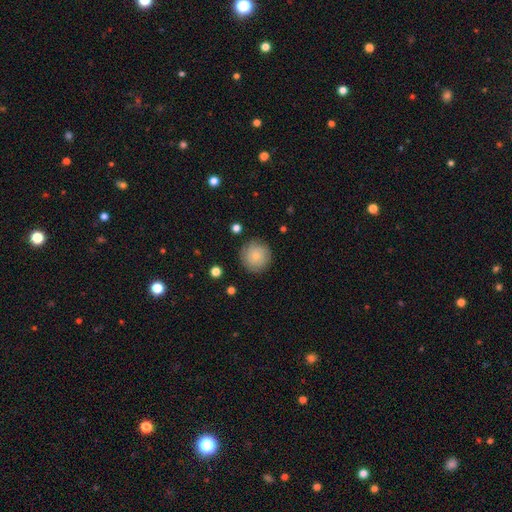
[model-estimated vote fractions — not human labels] smooth_or_featured: smooth (p=0.77) [alt: featured or disk p=0.15]
how_rounded: round (p=0.95) [alt: in between p=0.04]
merging: none (p=0.85) [alt: minor disturbance p=0.11]